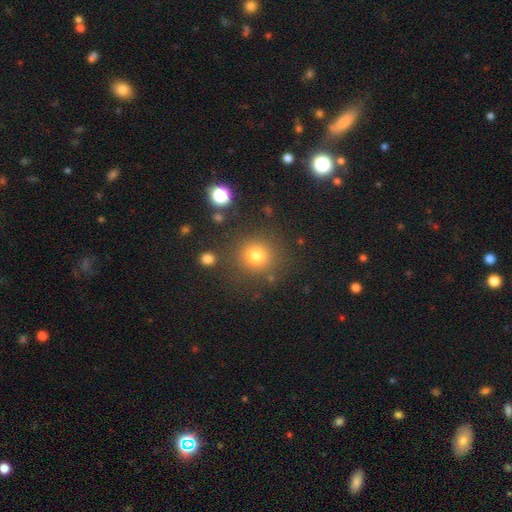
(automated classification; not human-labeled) Morphology: type=smooth (77%); roundness=round (83%); merging=none (81%).